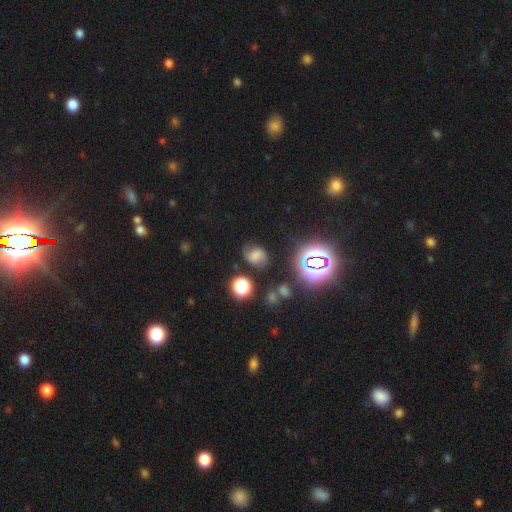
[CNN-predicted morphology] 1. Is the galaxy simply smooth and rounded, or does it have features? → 47% smooth, 31% featured or disk, 22% star or artifact.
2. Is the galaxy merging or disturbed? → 65% none, 21% minor disturbance, 10% major disturbance, 4% merger.